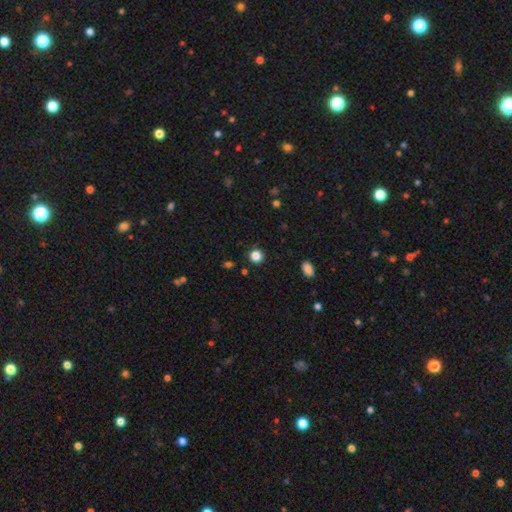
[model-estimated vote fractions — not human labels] Smooth or featured? smooth (84%)
How rounded? round (91%)
Merging? none (90%)